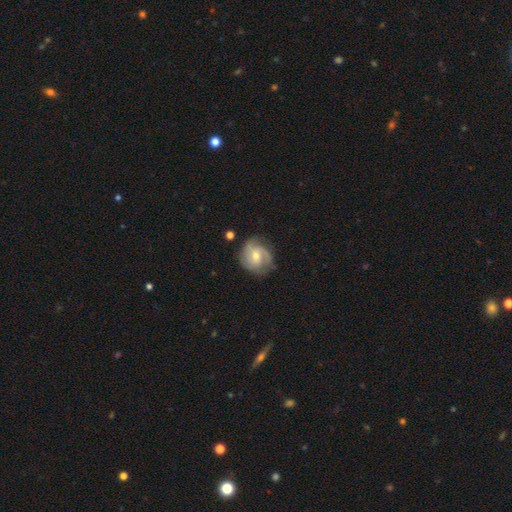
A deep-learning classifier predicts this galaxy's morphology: Q: Smooth or featured?
A: featured or disk (73%); runner-up: smooth (20%)
Q: Edge-on disk?
A: no (98%); runner-up: yes (2%)
Q: Bar?
A: no (61%); runner-up: weak (33%)
Q: Spiral arms?
A: yes (93%); runner-up: no (7%)
Q: Spiral winding?
A: tight (45%); runner-up: medium (40%)
Q: Spiral arm count?
A: 2 (43%); runner-up: 3 (27%)
Q: Bulge size?
A: moderate (54%); runner-up: small (42%)
Q: Merging?
A: none (70%); runner-up: minor disturbance (21%)